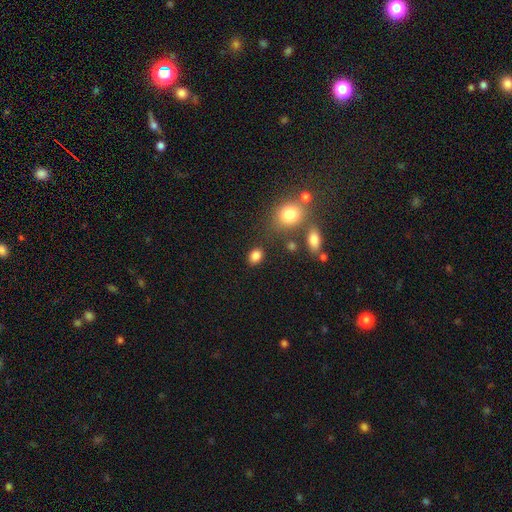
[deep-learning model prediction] Morphology: type=smooth (84%); roundness=in between (66%); merging=none (79%).